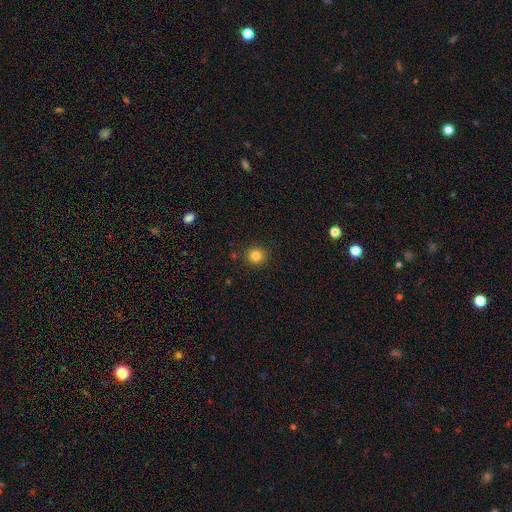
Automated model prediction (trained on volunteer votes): smooth_or_featured: smooth (p=0.83) [alt: star or artifact p=0.12]
how_rounded: round (p=0.91) [alt: in between p=0.08]
merging: none (p=0.90) [alt: minor disturbance p=0.07]